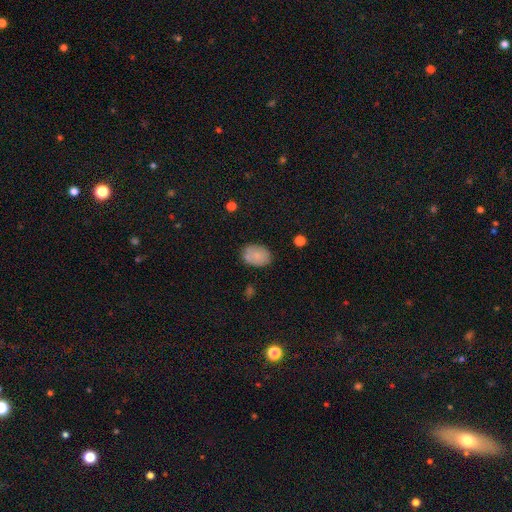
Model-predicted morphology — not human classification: Overall: smooth (80%). How rounded: in between (80%). Merging: none (72%).